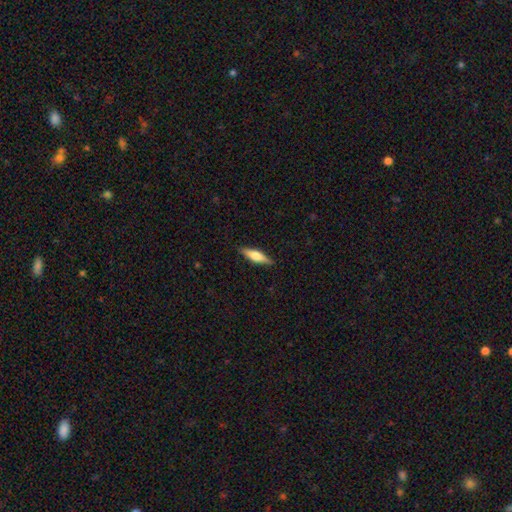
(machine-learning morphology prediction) The model was most divided on "smooth or featured": smooth: 53%, featured or disk: 42%, star or artifact: 6%. More confident: merging — none (89%); how rounded — cigar-shaped (66%).